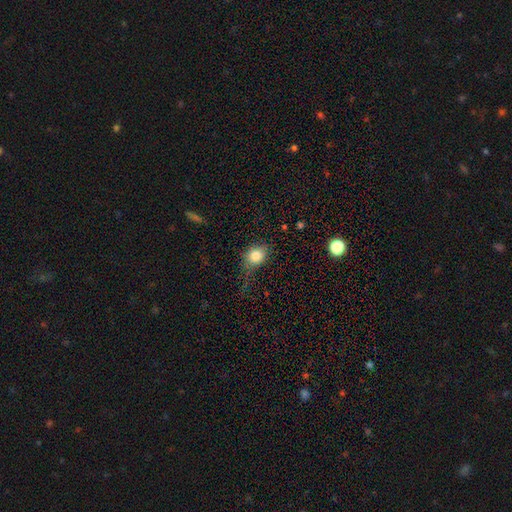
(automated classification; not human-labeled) smooth 81%, star or artifact 10%, featured or disk 9%. Down the decision tree: how rounded — round (56%); merging — none (54%).